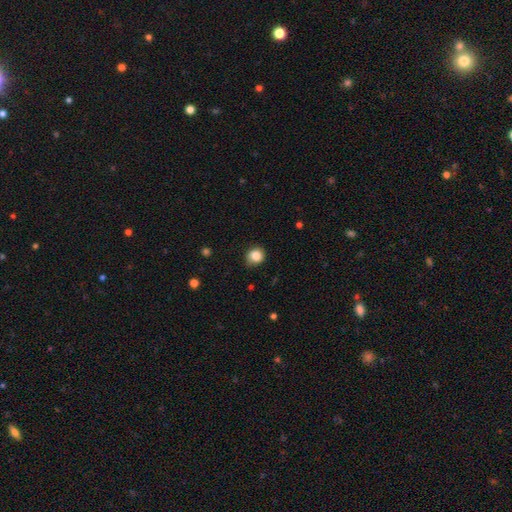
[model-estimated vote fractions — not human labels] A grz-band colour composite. It shows a smooth galaxy with no disk features (85%) that is round (78%). Merging: none (79%).